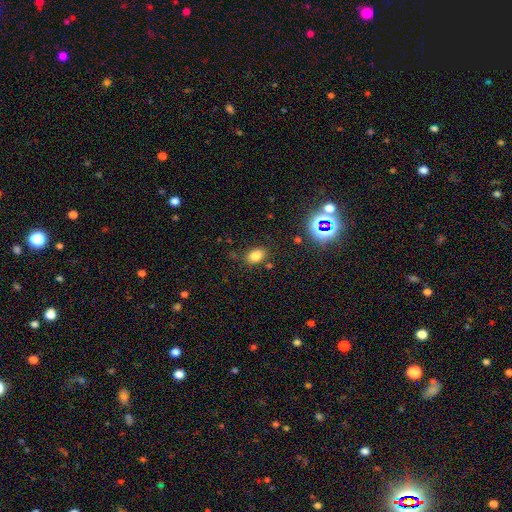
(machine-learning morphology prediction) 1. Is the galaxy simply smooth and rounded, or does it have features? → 78% smooth, 15% star or artifact, 7% featured or disk.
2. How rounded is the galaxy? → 82% in between, 16% round, 2% cigar-shaped.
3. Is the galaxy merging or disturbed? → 81% none, 12% minor disturbance, 4% major disturbance, 4% merger.